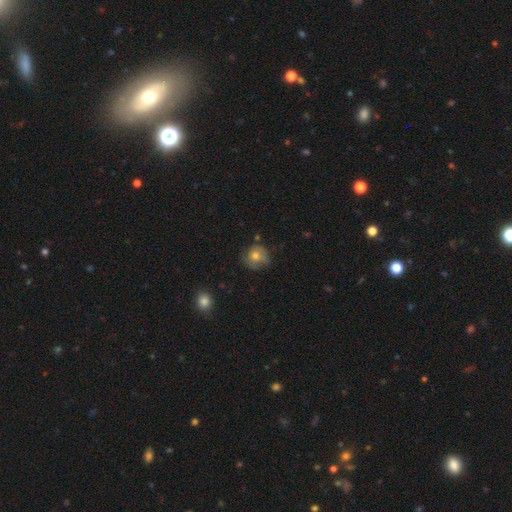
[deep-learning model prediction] A smooth galaxy with no disk features (71%) that is round (81%). Merging: none (62%).